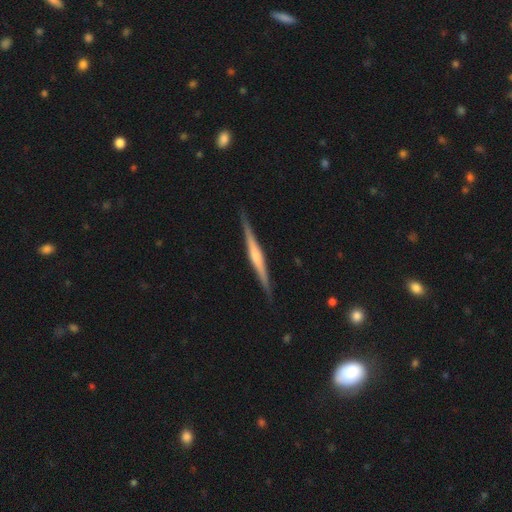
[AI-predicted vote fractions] Q: Smooth or featured?
A: featured or disk (81%); runner-up: smooth (14%)
Q: Edge-on disk?
A: yes (98%); runner-up: no (2%)
Q: Edge-on bulge?
A: rounded (68%); runner-up: none (17%)
Q: Merging?
A: none (90%); runner-up: minor disturbance (8%)